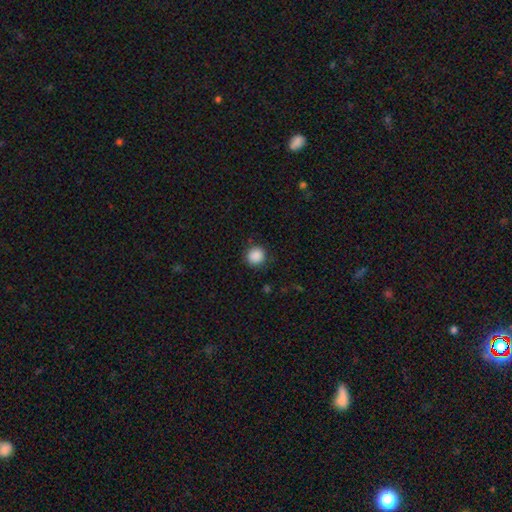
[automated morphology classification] Smooth or featured? Predicted: smooth (p=0.88). How rounded? Predicted: round (p=0.91). Merging? Predicted: none (p=0.88).